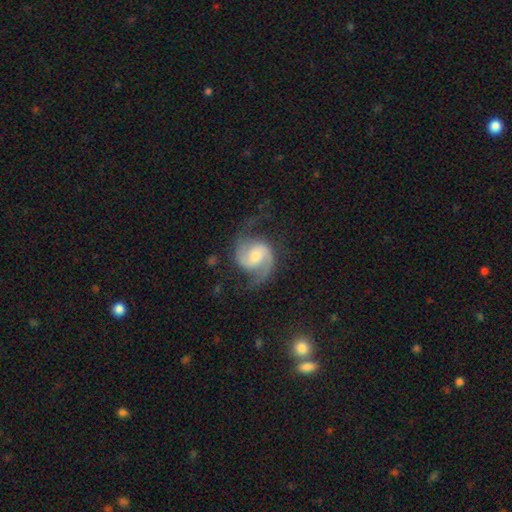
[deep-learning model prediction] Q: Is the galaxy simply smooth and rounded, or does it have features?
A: featured or disk — 89%.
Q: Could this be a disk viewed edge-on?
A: no — 98%.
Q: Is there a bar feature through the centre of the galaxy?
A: no — 47%.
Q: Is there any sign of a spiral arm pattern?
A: yes — 98%.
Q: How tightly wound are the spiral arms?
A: medium — 56%.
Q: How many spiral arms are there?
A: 2 — 93%.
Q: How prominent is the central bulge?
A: moderate — 44%.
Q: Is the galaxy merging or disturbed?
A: none — 72%.